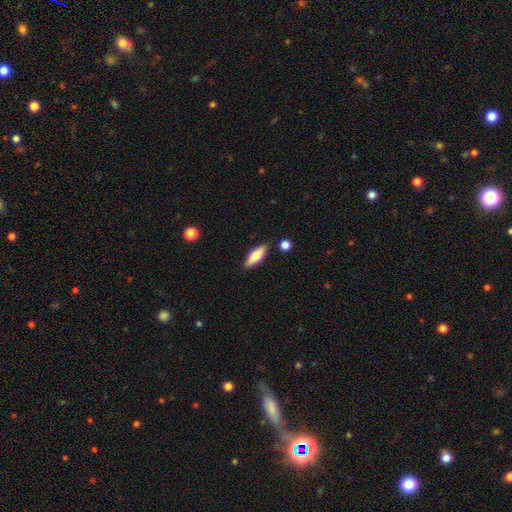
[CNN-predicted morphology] The model was most divided on "how rounded": in between: 56%, cigar-shaped: 42%, round: 2%. More confident: merging — none (86%); smooth or featured — smooth (66%).